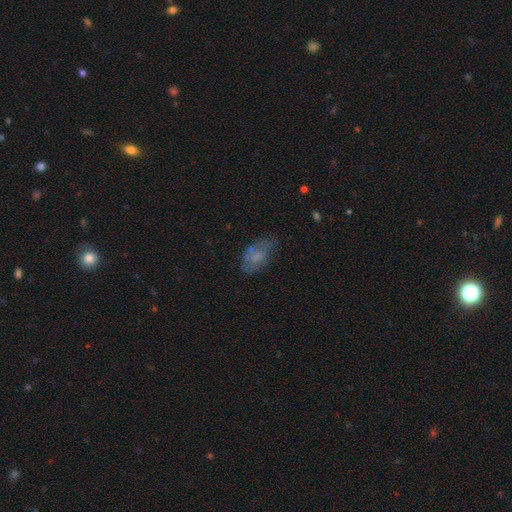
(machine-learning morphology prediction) This appears to be a smooth galaxy with no disk features (54%) that is in between round and cigar-shaped (90%). Merging: none (45%).